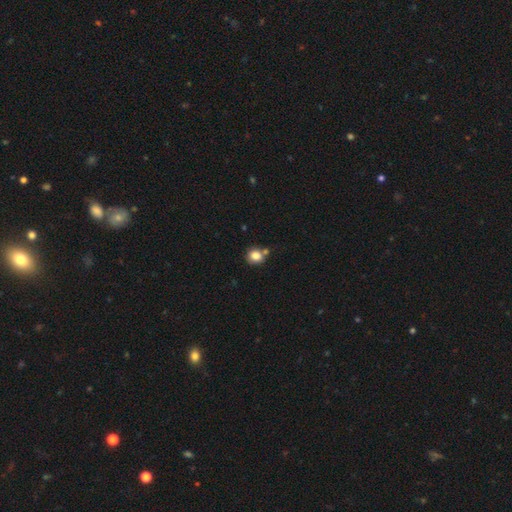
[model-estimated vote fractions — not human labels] A smooth galaxy with no disk features (83%) that is round (81%).

Vote fractions:
- Smooth or featured? smooth: 83% / star or artifact: 10% / featured or disk: 7%
- How rounded? round: 81% / in between: 18% / cigar-shaped: 1%
- Merging? none: 66% / merger: 19% / minor disturbance: 12% / major disturbance: 3%